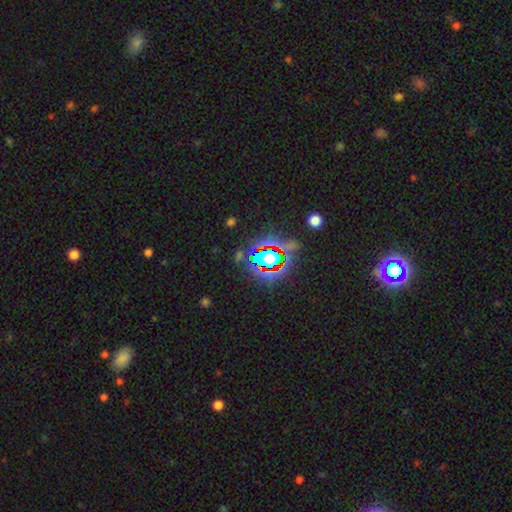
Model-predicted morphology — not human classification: star or artifact 81%, smooth 11%, featured or disk 8%.